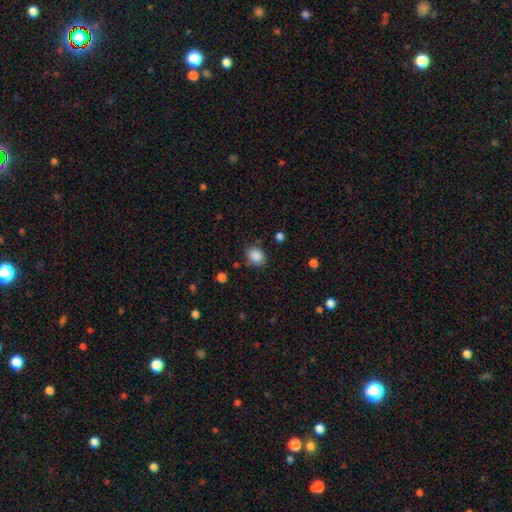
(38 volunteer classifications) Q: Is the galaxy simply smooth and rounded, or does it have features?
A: smooth — 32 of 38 (84%).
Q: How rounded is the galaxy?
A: round — 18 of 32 (56%).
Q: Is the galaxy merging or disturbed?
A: none — 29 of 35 (83%).